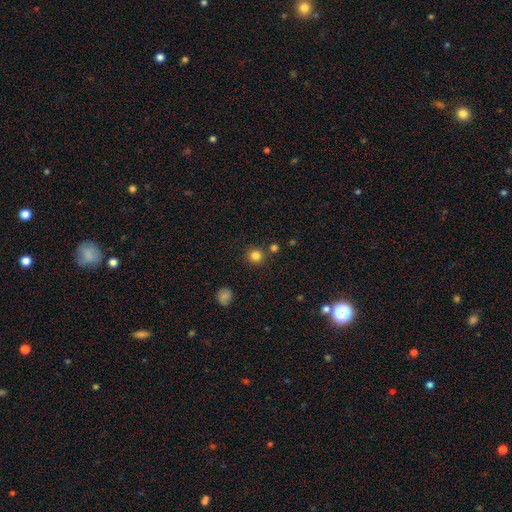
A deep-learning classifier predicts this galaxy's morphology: A smooth galaxy with no disk features (82%) that is round (93%).

Vote fractions:
- Smooth or featured? smooth: 82% / star or artifact: 13% / featured or disk: 5%
- How rounded? round: 93% / in between: 6% / cigar-shaped: 1%
- Merging? none: 82% / merger: 8% / minor disturbance: 7% / major disturbance: 2%